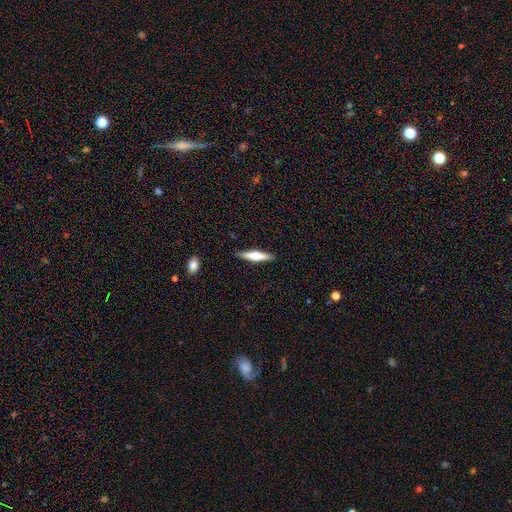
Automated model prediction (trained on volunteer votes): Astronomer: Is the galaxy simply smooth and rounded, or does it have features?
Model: featured or disk — 47%, tied with smooth at 47%.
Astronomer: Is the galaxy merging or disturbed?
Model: none — 89%.